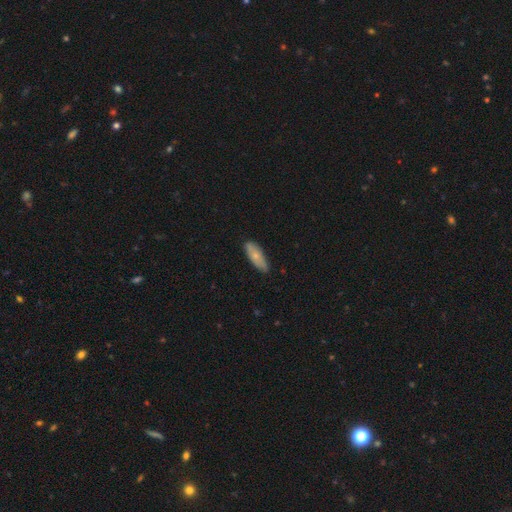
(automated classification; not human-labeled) A smooth galaxy with no disk features (70%) that is in between round and cigar-shaped (65%).

Vote fractions:
- Smooth or featured? smooth: 70% / featured or disk: 24% / star or artifact: 6%
- How rounded? in between: 65% / cigar-shaped: 33% / round: 2%
- Merging? none: 80% / minor disturbance: 16% / major disturbance: 2% / merger: 1%